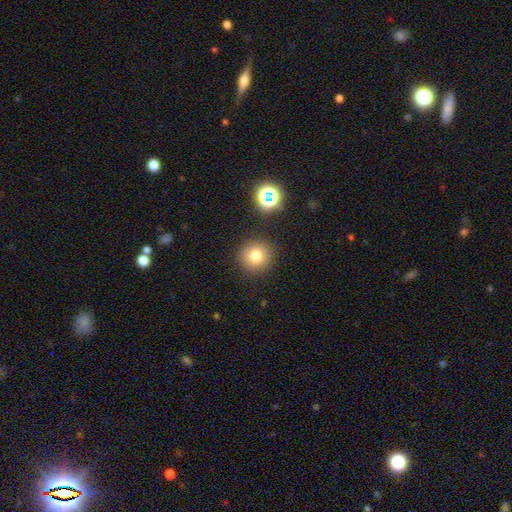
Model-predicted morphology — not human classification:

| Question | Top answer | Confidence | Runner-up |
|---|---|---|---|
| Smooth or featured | smooth | 76% | star or artifact (15%) |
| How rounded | round | 93% | in between (6%) |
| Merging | none | 88% | minor disturbance (7%) |